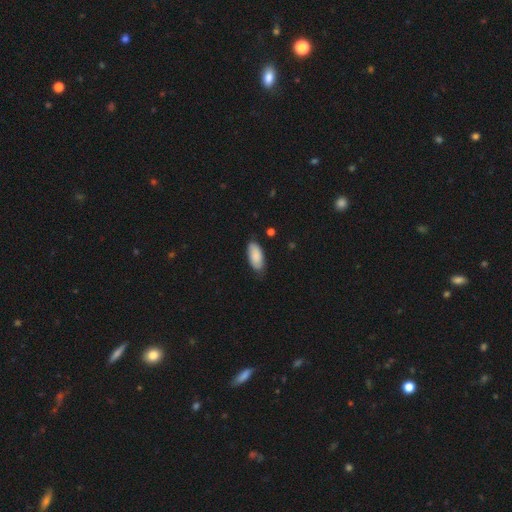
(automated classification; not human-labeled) smooth-or-featured: smooth: 86% | featured or disk: 8% | star or artifact: 6%
  how-rounded: in between: 89% | cigar-shaped: 9% | round: 2%
  merging: none: 77% | minor disturbance: 19% | major disturbance: 3% | merger: 1%